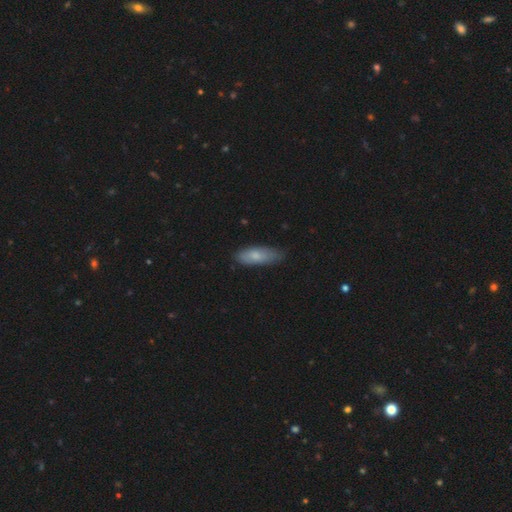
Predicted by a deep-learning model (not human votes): A smooth galaxy with no disk features (75%) that is in between round and cigar-shaped (65%). Merging: none (74%).